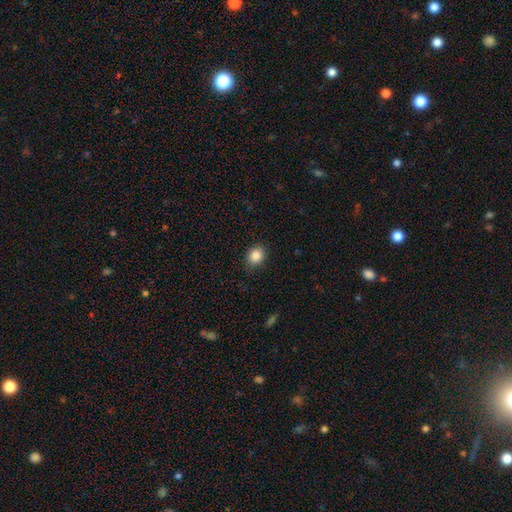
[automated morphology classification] Overall: smooth (87%). How rounded: round (64%; in between 35%). Merging: none (85%).